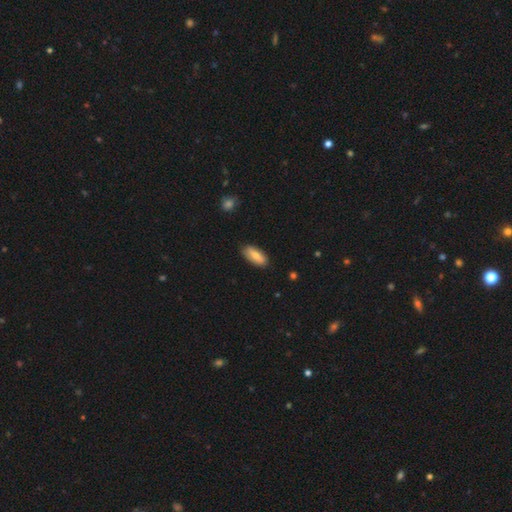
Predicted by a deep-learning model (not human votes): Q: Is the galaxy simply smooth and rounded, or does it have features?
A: smooth — 74%.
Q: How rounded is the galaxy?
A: in between — 83%.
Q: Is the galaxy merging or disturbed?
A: none — 84%.